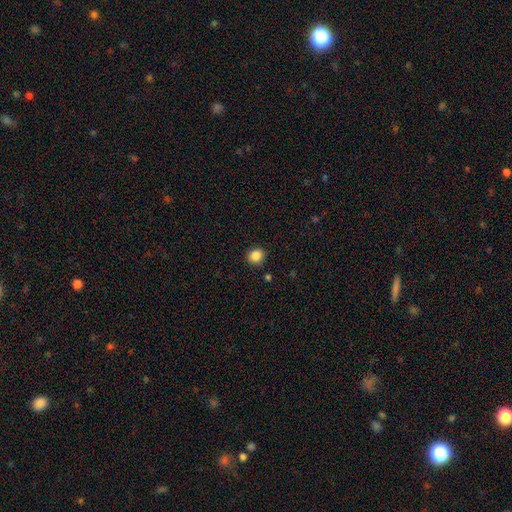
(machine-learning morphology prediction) smooth 86%, star or artifact 10%, featured or disk 4%. Down the decision tree: how rounded — round (82%); merging — none (89%).